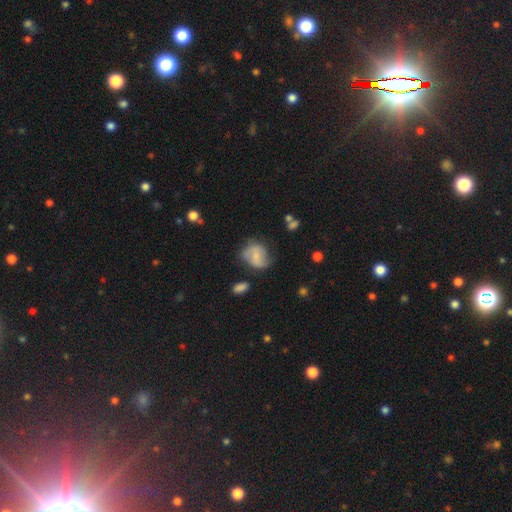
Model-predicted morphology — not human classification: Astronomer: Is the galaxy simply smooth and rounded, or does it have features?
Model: smooth — 53% (runner-up: featured or disk, 39%).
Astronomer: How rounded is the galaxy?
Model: in between — 53% (runner-up: round, 46%).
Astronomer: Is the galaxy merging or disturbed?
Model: none — 53% (runner-up: minor disturbance, 29%).